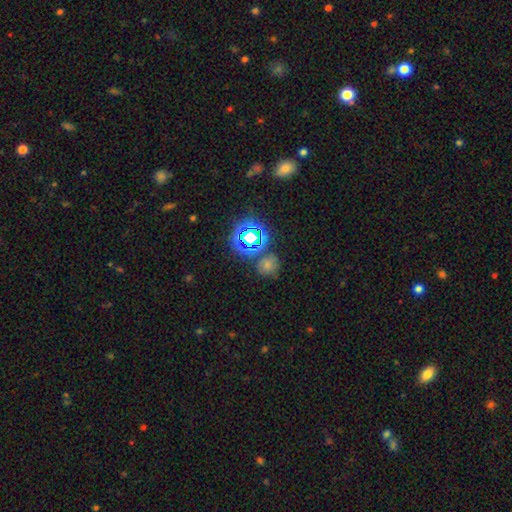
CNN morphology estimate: smooth_or_featured: star or artifact (p=0.65) [alt: smooth p=0.27]